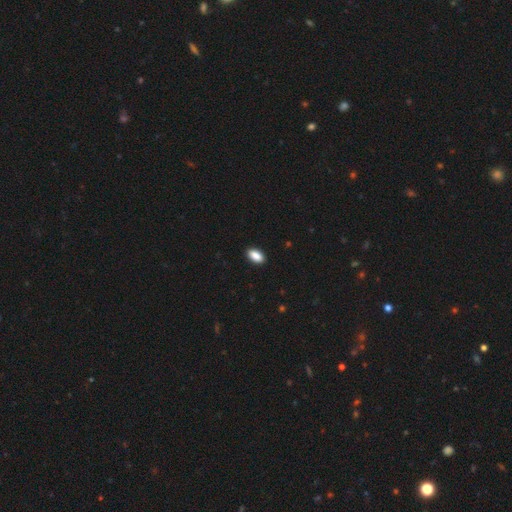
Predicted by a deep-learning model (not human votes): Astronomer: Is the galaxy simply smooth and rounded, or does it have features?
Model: smooth — 90%.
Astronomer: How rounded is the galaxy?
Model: in between — 92%.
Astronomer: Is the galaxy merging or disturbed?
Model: none — 91%.